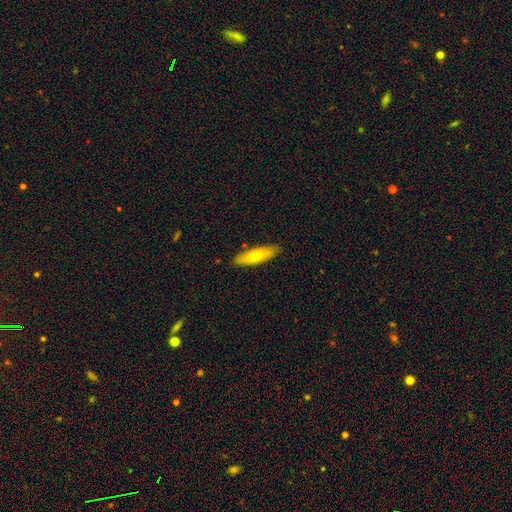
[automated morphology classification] A smooth galaxy with no disk features (66%) that is cigar-shaped (60%). Merging: none (87%).